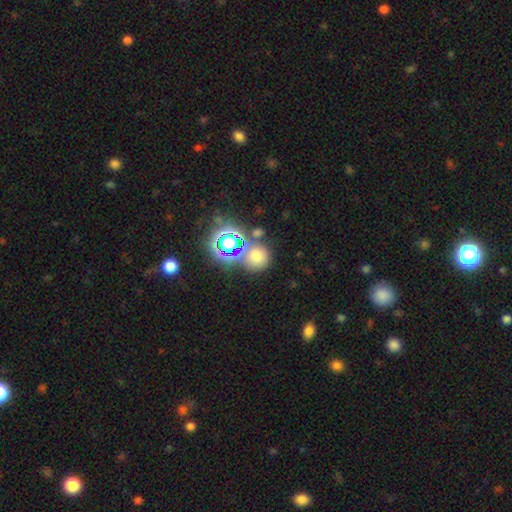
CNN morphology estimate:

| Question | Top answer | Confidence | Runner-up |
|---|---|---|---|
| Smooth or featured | smooth | 60% | star or artifact (31%) |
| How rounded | round | 87% | in between (12%) |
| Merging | none | 62% | merger (23%) |